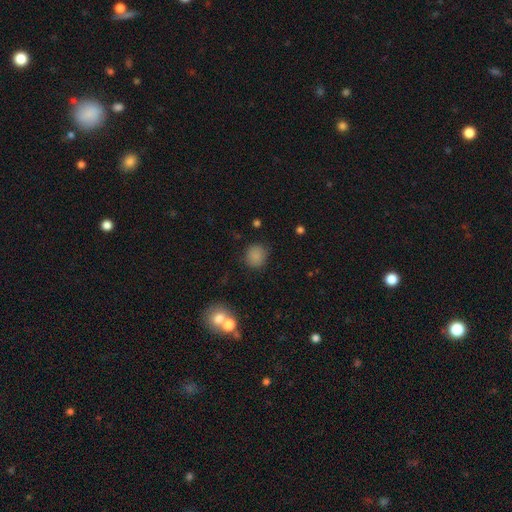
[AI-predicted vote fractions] Smooth or featured?
  - smooth: 83% *
  - star or artifact: 12%
  - featured or disk: 5%
How rounded?
  - round: 86% *
  - in between: 13%
  - cigar-shaped: 1%
Merging?
  - none: 84% *
  - minor disturbance: 10%
  - major disturbance: 3%
  - merger: 3%